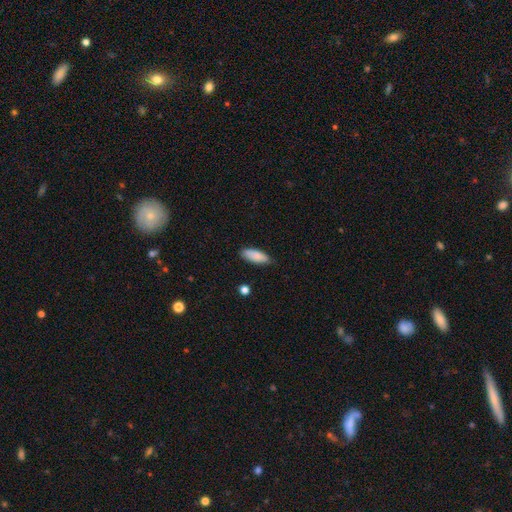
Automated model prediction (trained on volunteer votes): The model was most divided on "how rounded": in between: 73%, cigar-shaped: 25%, round: 2%. More confident: smooth or featured — smooth (87%); merging — none (80%).